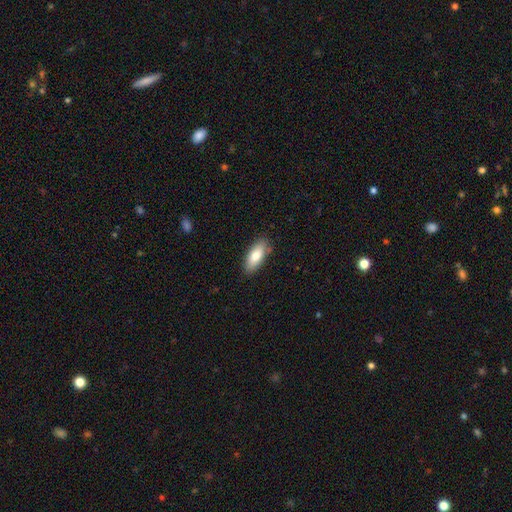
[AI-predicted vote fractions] Smooth or featured? Predicted: smooth (p=0.78). How rounded? Predicted: in between (p=0.79). Merging? Predicted: none (p=0.85).